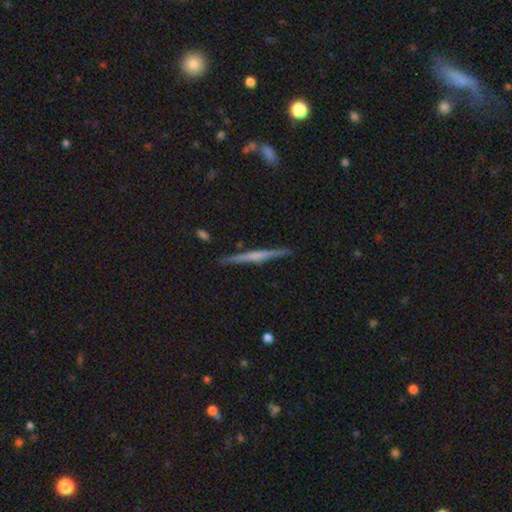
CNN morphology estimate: featured or disk 63%, smooth 31%, star or artifact 6%. Down the decision tree: edge-on disk — yes (98%); edge-on bulge — none (51%); merging — none (90%).